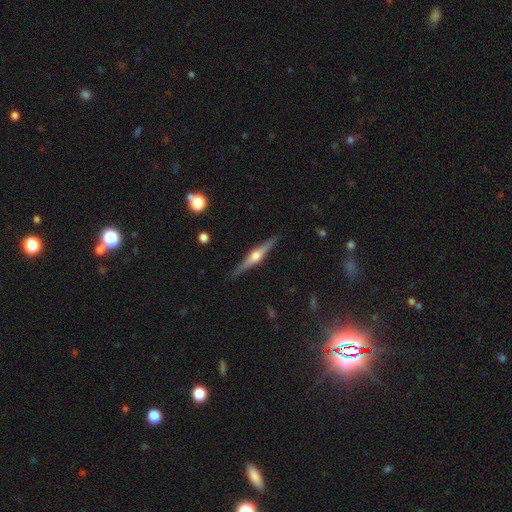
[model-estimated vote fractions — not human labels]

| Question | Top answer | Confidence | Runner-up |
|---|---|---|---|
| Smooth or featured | featured or disk | 77% | smooth (18%) |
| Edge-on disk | yes | 98% | no (2%) |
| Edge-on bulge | rounded | 94% | boxy (4%) |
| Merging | none | 90% | minor disturbance (7%) |